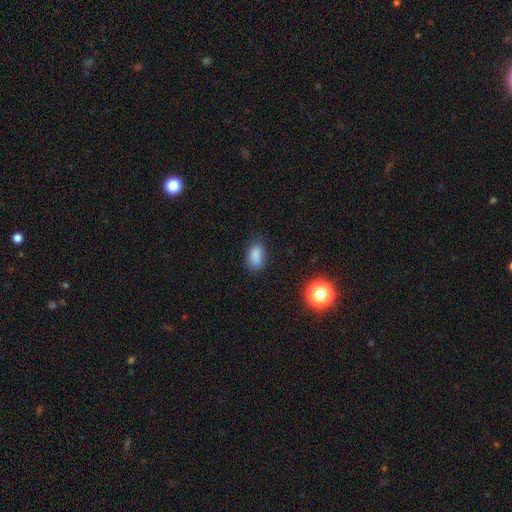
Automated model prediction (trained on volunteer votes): Smooth or featured: smooth — 84% (star or artifact — 11%)
How rounded: in between — 88% (round — 9%)
Merging: none — 76% (minor disturbance — 18%)